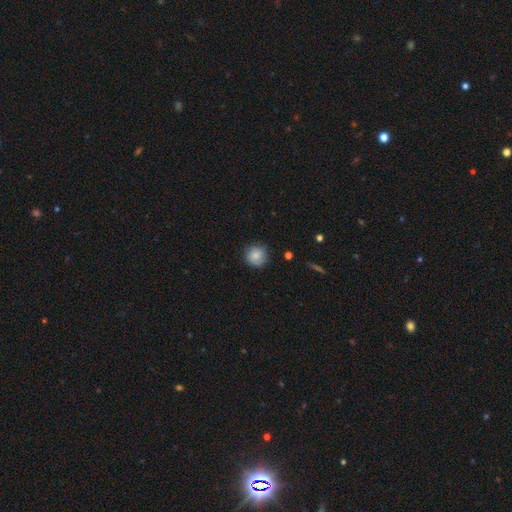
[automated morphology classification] Smooth or featured: smooth — 78% (featured or disk — 14%)
How rounded: round — 91% (in between — 8%)
Merging: none — 81% (minor disturbance — 14%)